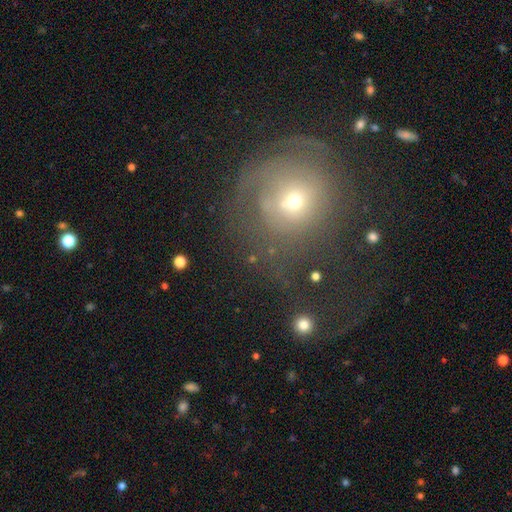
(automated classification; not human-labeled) Overall: featured or disk (41%; smooth 39%). Merging: none (43%; major disturbance 36%).